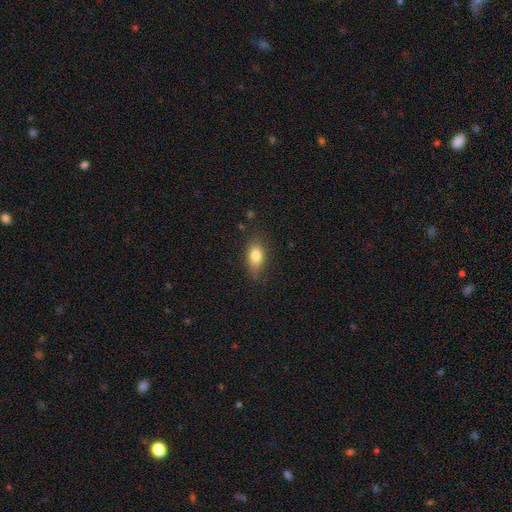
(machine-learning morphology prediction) This is likely a smooth galaxy (80%). How rounded: clearly in between (84%). Merging: likely none (74%).